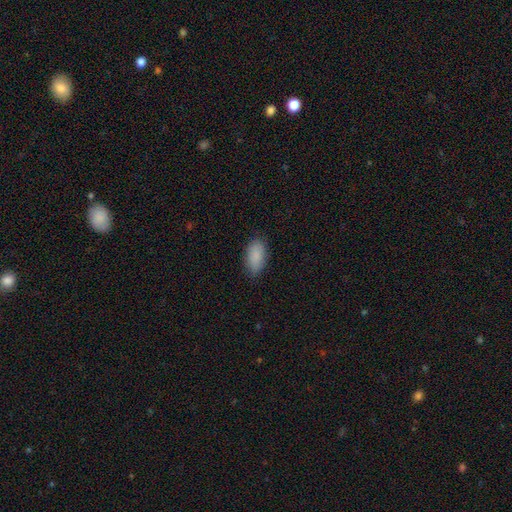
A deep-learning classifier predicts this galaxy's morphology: This appears to be a smooth galaxy with no disk features (89%) that is in between round and cigar-shaped (93%). Merging: none (83%).